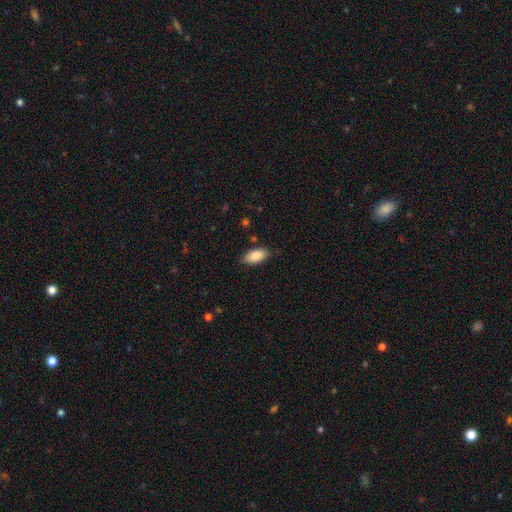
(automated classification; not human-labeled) smooth_or_featured: smooth (p=0.88) [alt: featured or disk p=0.06]
how_rounded: in between (p=0.92) [alt: cigar-shaped p=0.05]
merging: none (p=0.84) [alt: minor disturbance p=0.12]